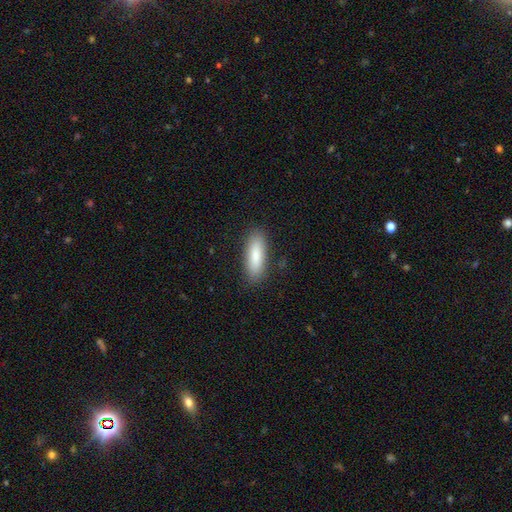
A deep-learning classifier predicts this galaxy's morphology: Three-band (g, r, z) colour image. It shows a smooth galaxy with no disk features (83%) that is in between round and cigar-shaped (55%). Merging: none (87%).